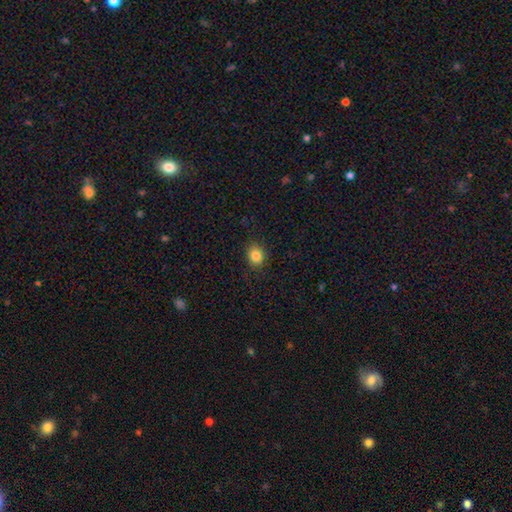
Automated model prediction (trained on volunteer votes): A smooth galaxy with no disk features (84%) that is round (64%). Merging: none (87%).